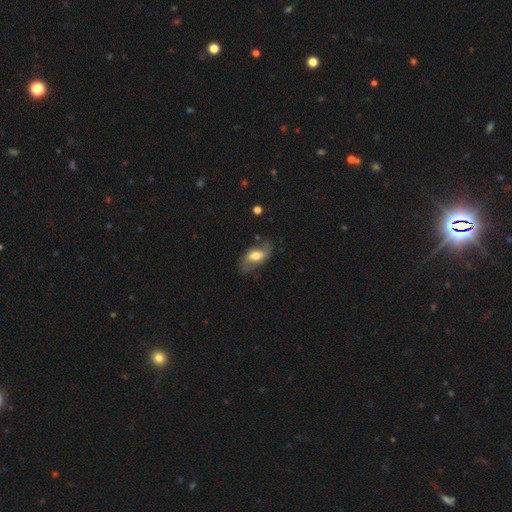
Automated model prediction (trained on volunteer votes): A featured or disk galaxy (55%). Merging: none (69%).